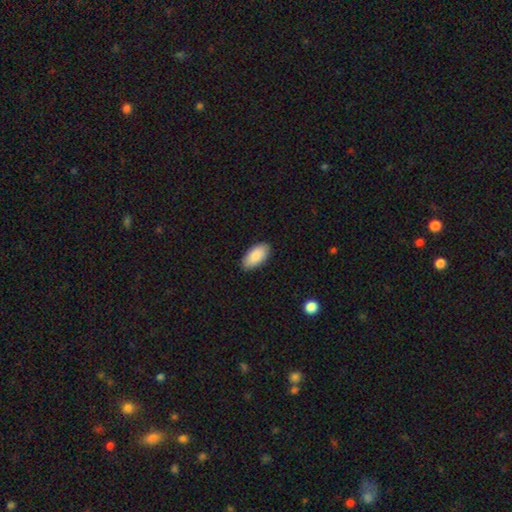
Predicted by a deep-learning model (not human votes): smooth_or_featured: smooth (p=0.88) [alt: featured or disk p=0.06]
how_rounded: in between (p=0.94) [alt: cigar-shaped p=0.04]
merging: none (p=0.88) [alt: minor disturbance p=0.09]